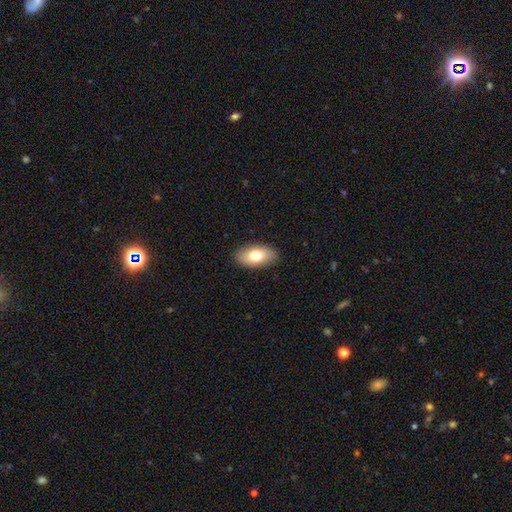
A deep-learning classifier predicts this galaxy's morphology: Smooth or featured? smooth (76%)
How rounded? in between (92%)
Merging? none (89%)